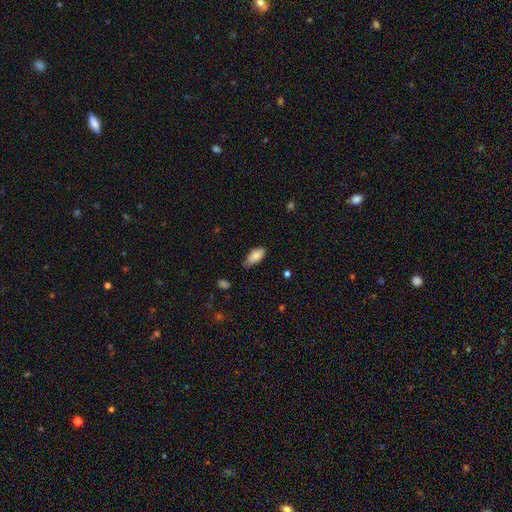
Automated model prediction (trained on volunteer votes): Smooth or featured? smooth (86%)
How rounded? in between (90%)
Merging? none (61%)